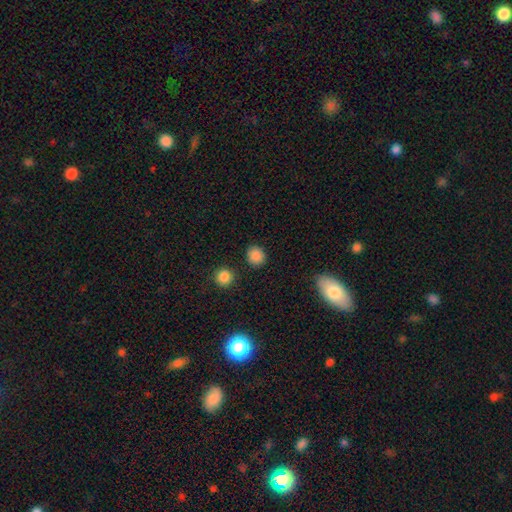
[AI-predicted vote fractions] Smooth or featured? Predicted: smooth (p=0.86). How rounded? Predicted: round (p=0.75). Merging? Predicted: none (p=0.85).